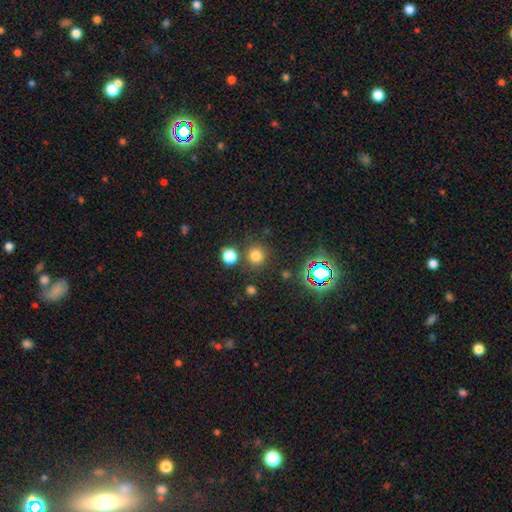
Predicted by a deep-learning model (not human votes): Smooth or featured? smooth (73%)
How rounded? round (91%)
Merging? none (82%)